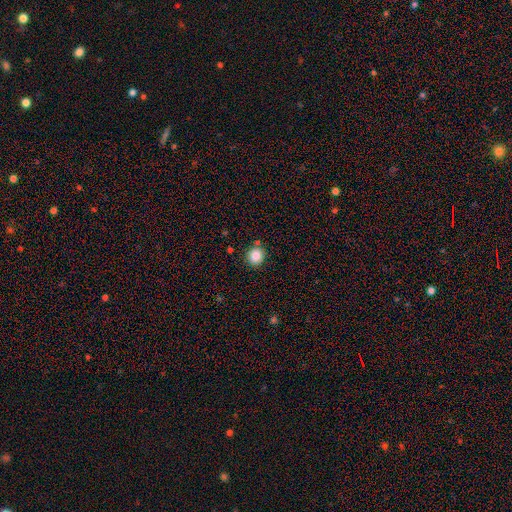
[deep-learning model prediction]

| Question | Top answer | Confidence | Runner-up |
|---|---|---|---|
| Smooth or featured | smooth | 85% | star or artifact (10%) |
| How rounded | round | 88% | in between (11%) |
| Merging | none | 85% | minor disturbance (8%) |